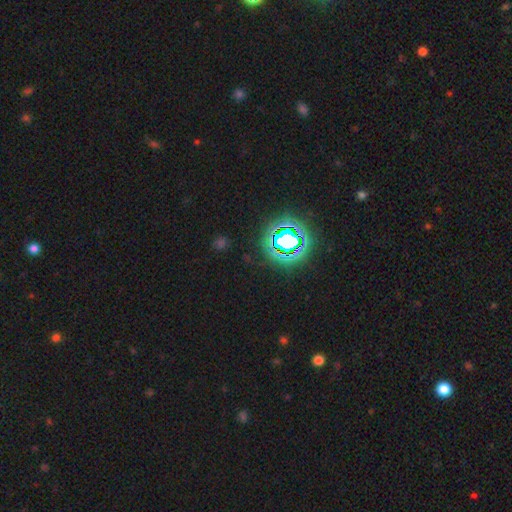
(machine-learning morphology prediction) Q: Smooth or featured?
A: star or artifact (81%); runner-up: smooth (12%)